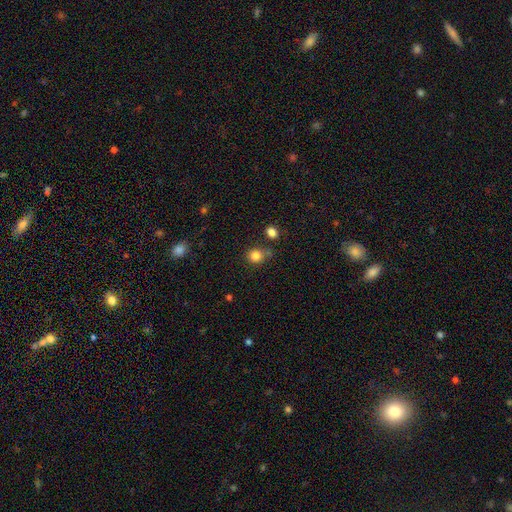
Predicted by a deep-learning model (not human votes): Morphology: type=smooth (83%); roundness=round (80%); merging=none (64%).